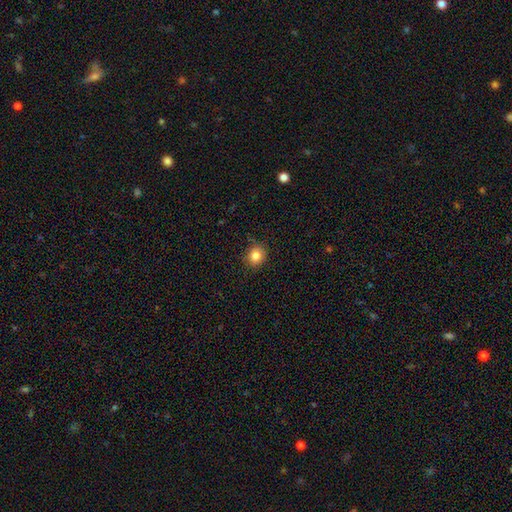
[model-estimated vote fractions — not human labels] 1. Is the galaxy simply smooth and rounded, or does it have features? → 83% smooth, 11% star or artifact, 6% featured or disk.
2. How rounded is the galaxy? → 76% round, 23% in between, 1% cigar-shaped.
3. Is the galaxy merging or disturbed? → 87% none, 10% minor disturbance, 2% major disturbance, 1% merger.